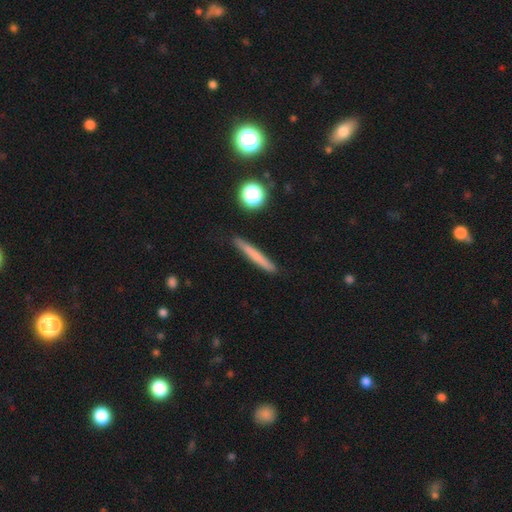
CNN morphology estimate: Q: Smooth or featured?
A: smooth (65%); runner-up: featured or disk (27%)
Q: How rounded?
A: cigar-shaped (95%); runner-up: in between (3%)
Q: Merging?
A: none (90%); runner-up: minor disturbance (7%)